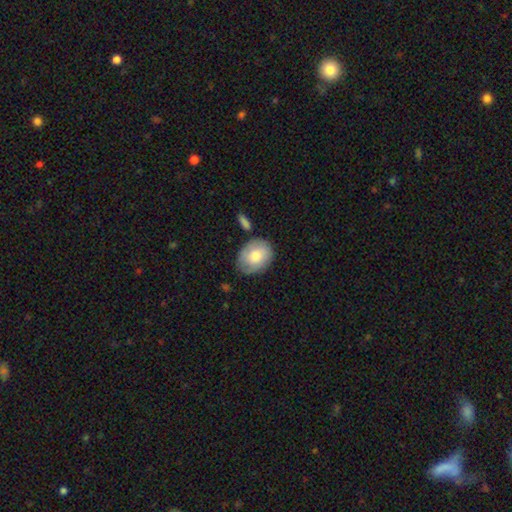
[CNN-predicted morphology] smooth-or-featured: smooth: 74% | featured or disk: 20% | star or artifact: 6%
  how-rounded: in between: 61% | round: 38% | cigar-shaped: 1%
  merging: none: 72% | minor disturbance: 18% | merger: 6% | major disturbance: 4%